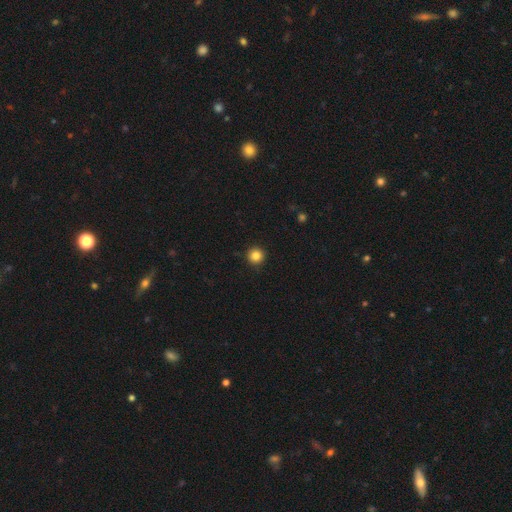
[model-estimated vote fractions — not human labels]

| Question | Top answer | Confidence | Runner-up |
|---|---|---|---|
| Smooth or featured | smooth | 85% | star or artifact (11%) |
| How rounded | round | 96% | in between (3%) |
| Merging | none | 93% | minor disturbance (5%) |